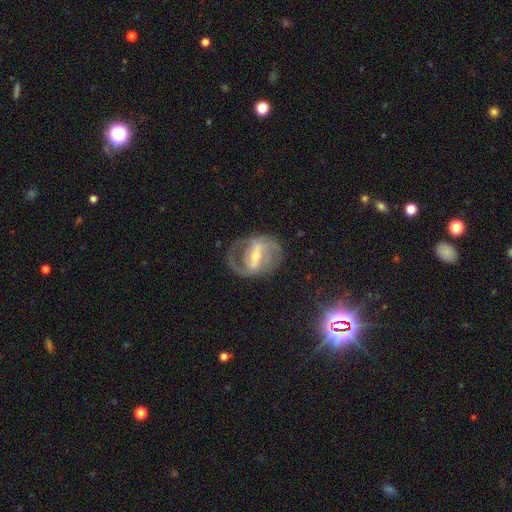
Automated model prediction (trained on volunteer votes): smooth-or-featured: featured or disk: 85% | smooth: 9% | star or artifact: 5%
  disk-edge-on: no: 96% | yes: 4%
    bar: strong: 55% | weak: 35% | no: 10%
    has-spiral-arms: yes: 90% | no: 10%
      spiral-winding: medium: 49% | tight: 25% | loose: 25%
      spiral-arm-count: 2: 76% | can't tell: 10% | 1: 7% | 3: 4% | 4: 2% | more than 4: 2%
    bulge-size: moderate: 48% | small: 47% | large: 3% | none: 2% | dominant: 1%
  merging: none: 67% | minor disturbance: 17% | major disturbance: 14% | merger: 2%